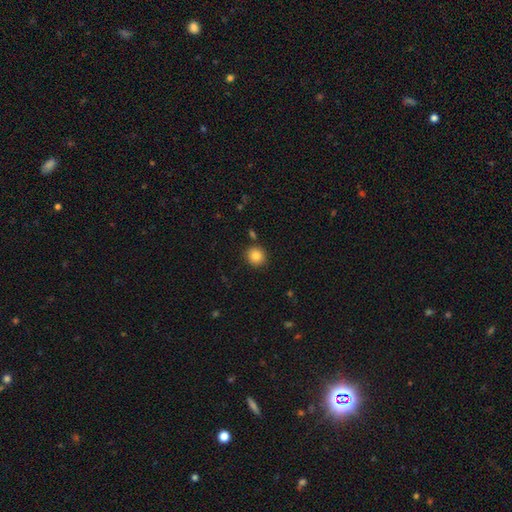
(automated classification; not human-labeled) Smooth or featured? Predicted: smooth (p=0.86). How rounded? Predicted: round (p=0.91). Merging? Predicted: none (p=0.87).